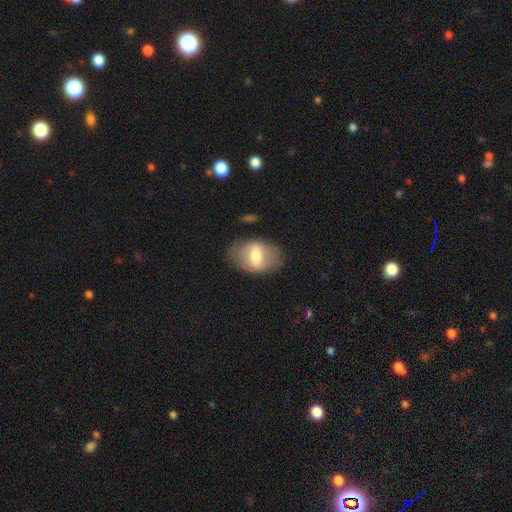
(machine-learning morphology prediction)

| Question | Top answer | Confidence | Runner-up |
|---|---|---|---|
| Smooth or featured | smooth | 52% | featured or disk (41%) |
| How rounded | in between | 80% | round (18%) |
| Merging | none | 76% | minor disturbance (16%) |